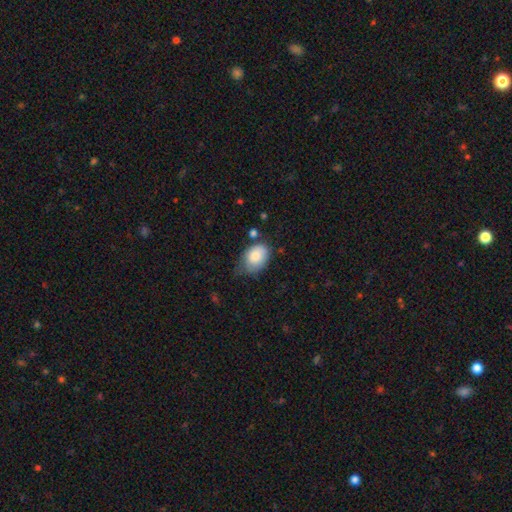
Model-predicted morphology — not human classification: type=smooth (83%); roundness=in between (79%); merging=none (49%).